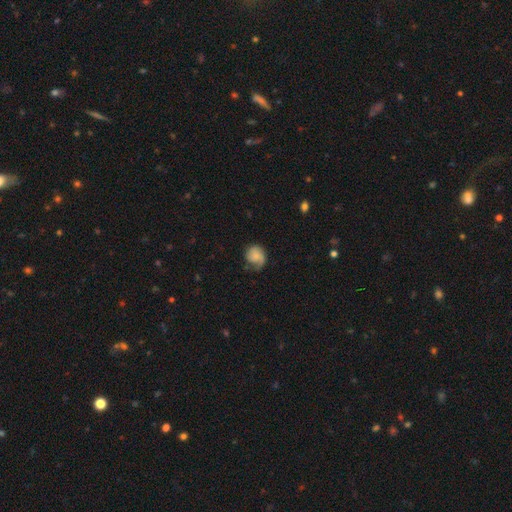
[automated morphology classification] smooth_or_featured: smooth (p=0.59) [alt: featured or disk p=0.33]
how_rounded: round (p=0.69) [alt: in between p=0.30]
merging: none (p=0.46) [alt: minor disturbance p=0.31]